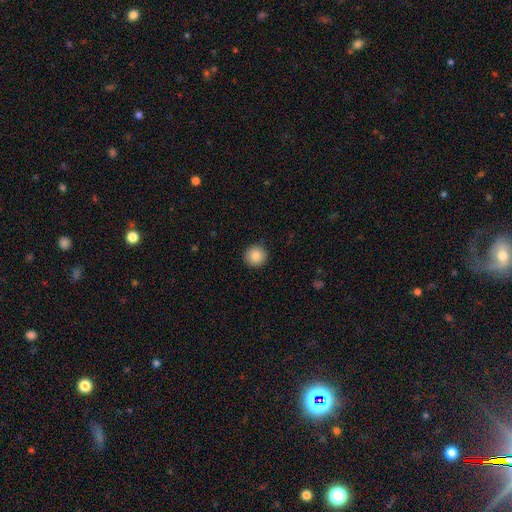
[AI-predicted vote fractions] smooth_or_featured: smooth (p=0.86) [alt: star or artifact p=0.09]
how_rounded: round (p=0.95) [alt: in between p=0.04]
merging: none (p=0.92) [alt: minor disturbance p=0.06]